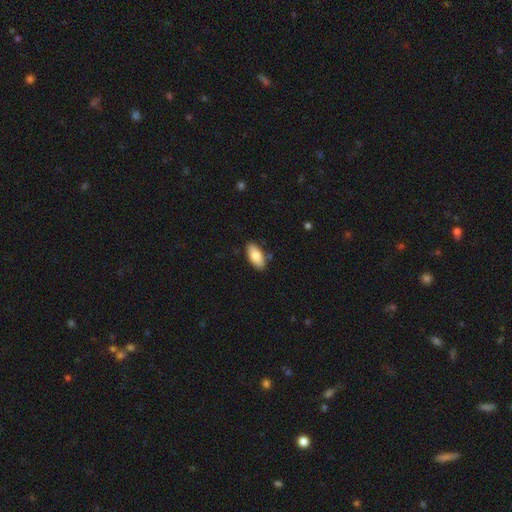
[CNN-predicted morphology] smooth_or_featured: smooth (p=0.83) [alt: featured or disk p=0.11]
how_rounded: in between (p=0.90) [alt: cigar-shaped p=0.08]
merging: none (p=0.85) [alt: minor disturbance p=0.10]